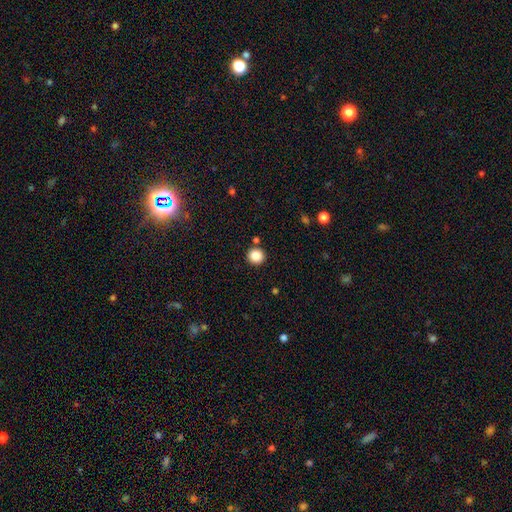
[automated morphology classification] Q: Smooth or featured?
A: smooth (87%); runner-up: star or artifact (10%)
Q: How rounded?
A: round (94%); runner-up: in between (5%)
Q: Merging?
A: none (88%); runner-up: minor disturbance (6%)